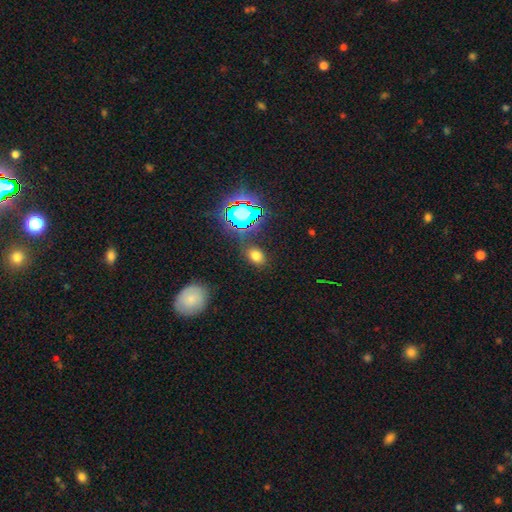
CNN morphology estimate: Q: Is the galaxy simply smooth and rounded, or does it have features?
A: smooth — 68%.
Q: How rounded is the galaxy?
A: in between — 74%.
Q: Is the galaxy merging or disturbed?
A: none — 83%.